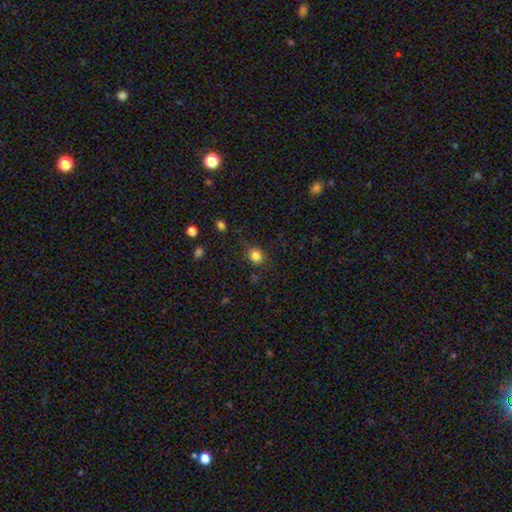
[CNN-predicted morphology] type=smooth (83%); roundness=round (72%); merging=none (78%).